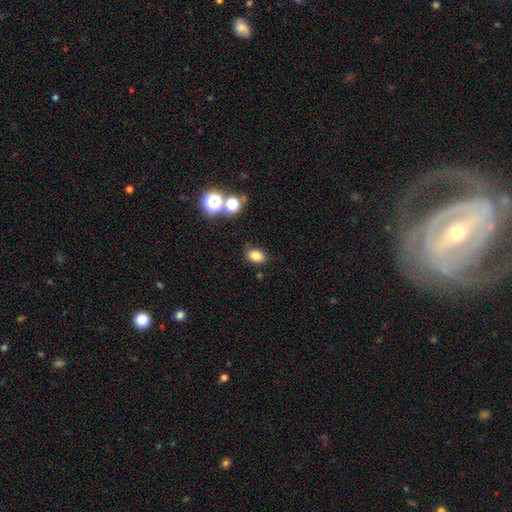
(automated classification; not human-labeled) Smooth or featured? Predicted: smooth (p=0.81). How rounded? Predicted: in between (p=0.78). Merging? Predicted: none (p=0.80).